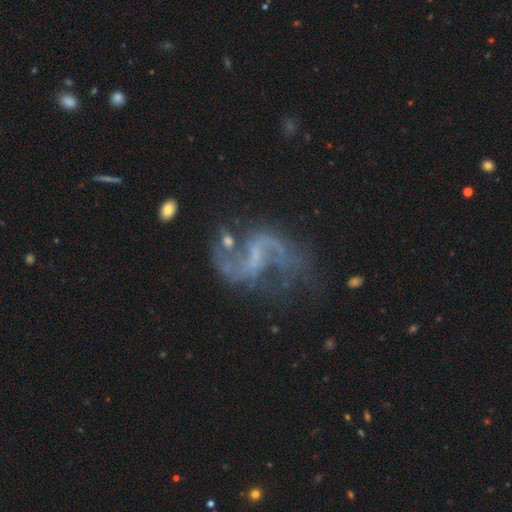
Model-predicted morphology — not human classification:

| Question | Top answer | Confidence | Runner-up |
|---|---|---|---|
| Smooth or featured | featured or disk | 87% | star or artifact (8%) |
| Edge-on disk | no | 98% | yes (2%) |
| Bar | weak | 48% | no (26%) |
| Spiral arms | yes | 92% | no (8%) |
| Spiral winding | loose | 72% | medium (23%) |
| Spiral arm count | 2 | 89% | 1 (4%) |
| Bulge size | none | 53% | small (36%) |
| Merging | none | 54% | major disturbance (20%) |